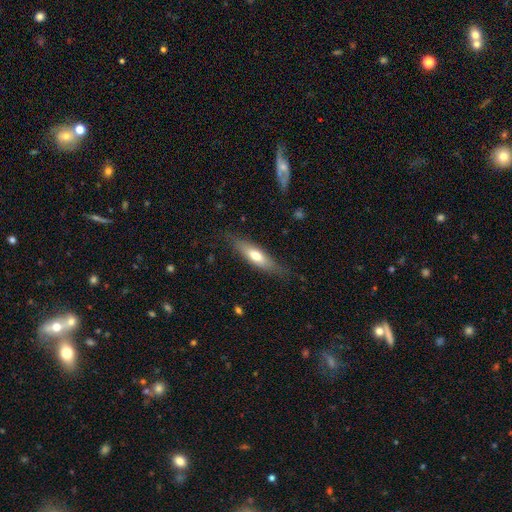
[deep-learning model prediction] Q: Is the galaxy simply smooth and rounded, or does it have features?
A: smooth — 60%.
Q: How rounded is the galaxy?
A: cigar-shaped — 60%.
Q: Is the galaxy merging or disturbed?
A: none — 78%.